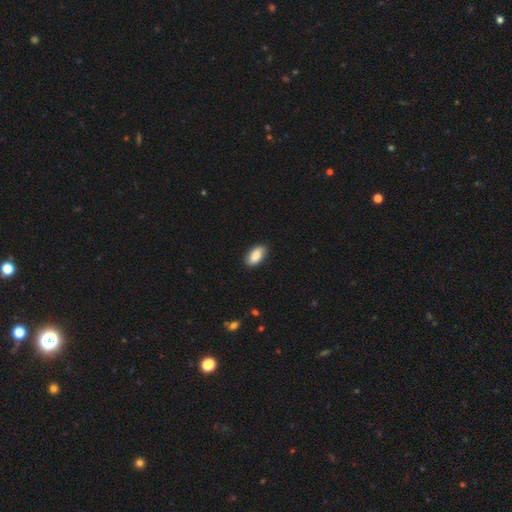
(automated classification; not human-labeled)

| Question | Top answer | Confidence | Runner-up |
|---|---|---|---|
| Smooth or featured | smooth | 87% | featured or disk (7%) |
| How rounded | in between | 94% | round (3%) |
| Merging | none | 87% | minor disturbance (10%) |